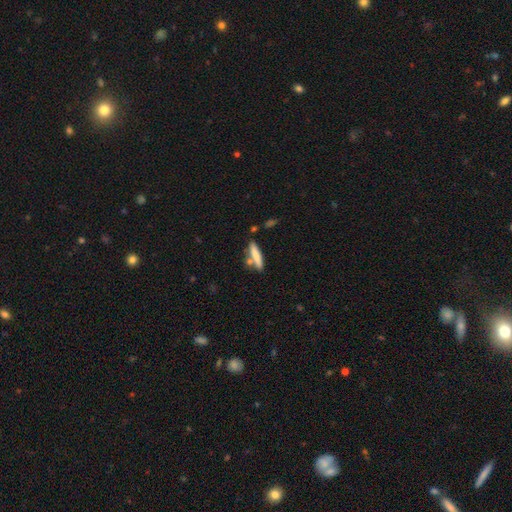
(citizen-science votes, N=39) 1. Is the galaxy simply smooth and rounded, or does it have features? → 87% smooth, 8% featured or disk, 5% star or artifact.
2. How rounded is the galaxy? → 94% cigar-shaped, 6% in between, 0% round.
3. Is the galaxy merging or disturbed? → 68% none, 22% minor disturbance, 11% merger, 0% major disturbance.